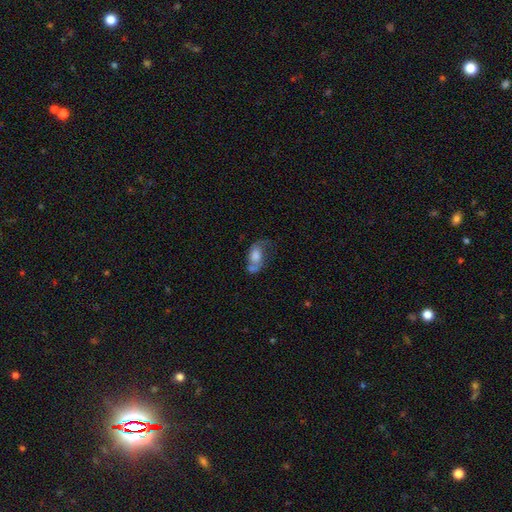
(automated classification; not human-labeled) Q: Smooth or featured?
A: smooth (49%); runner-up: featured or disk (42%)
Q: Merging?
A: none (28%); runner-up: merger (27%)